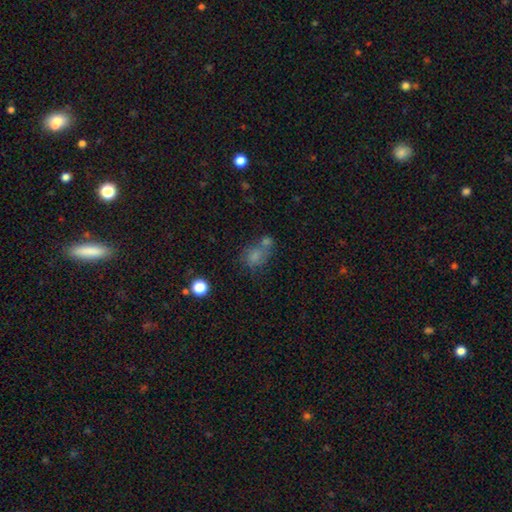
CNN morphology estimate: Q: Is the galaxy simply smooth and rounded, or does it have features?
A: smooth — 70%.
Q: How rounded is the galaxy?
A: in between — 54%.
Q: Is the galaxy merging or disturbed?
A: merger — 37%, tied with none.